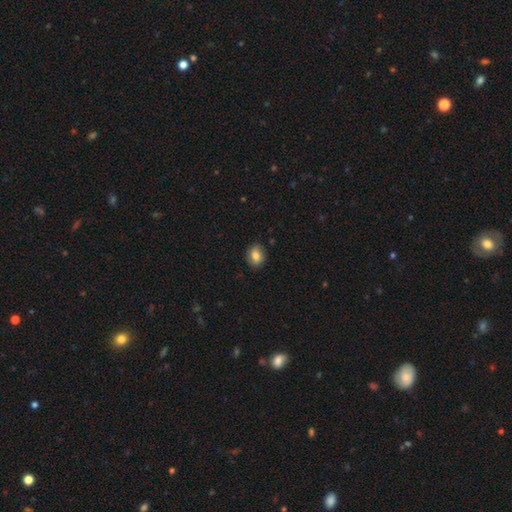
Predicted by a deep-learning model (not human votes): A smooth galaxy with no disk features (81%) that is round (51%). Merging: none (85%).